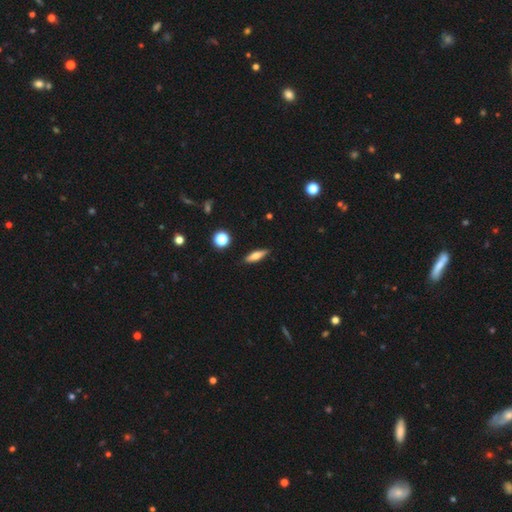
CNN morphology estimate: This appears to be a smooth galaxy with no disk features (62%) that is cigar-shaped (59%). Merging: none (88%).